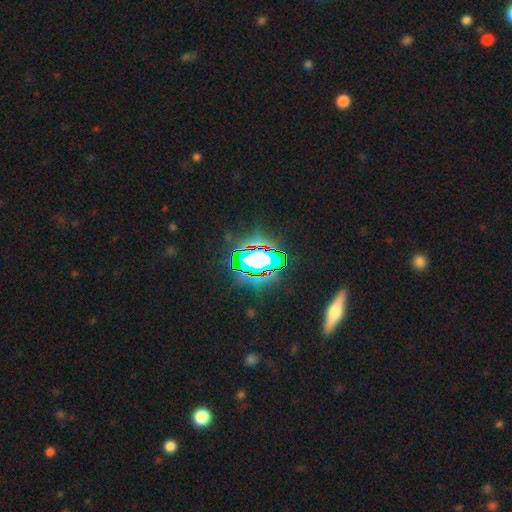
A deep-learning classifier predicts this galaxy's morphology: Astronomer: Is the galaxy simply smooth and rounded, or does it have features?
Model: star or artifact — 66%.